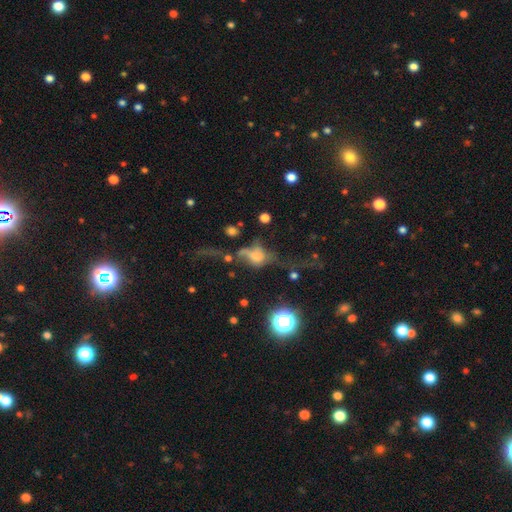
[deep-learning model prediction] smooth-or-featured: smooth: 44% | featured or disk: 38% | star or artifact: 18%
  merging: major disturbance: 48% | none: 21% | merger: 16% | minor disturbance: 14%